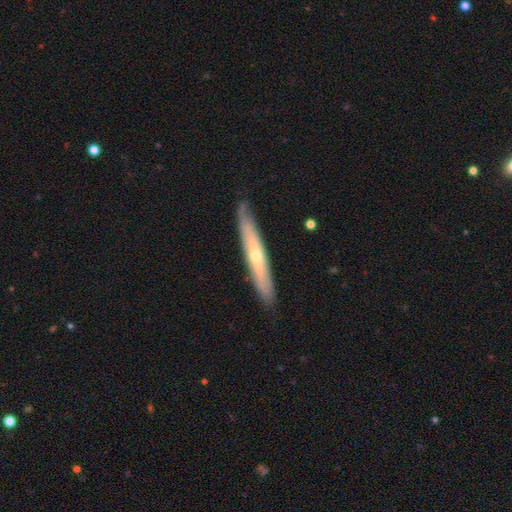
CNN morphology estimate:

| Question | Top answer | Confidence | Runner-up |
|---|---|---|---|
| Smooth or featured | featured or disk | 61% | smooth (33%) |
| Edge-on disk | yes | 81% | no (19%) |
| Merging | none | 86% | minor disturbance (11%) |